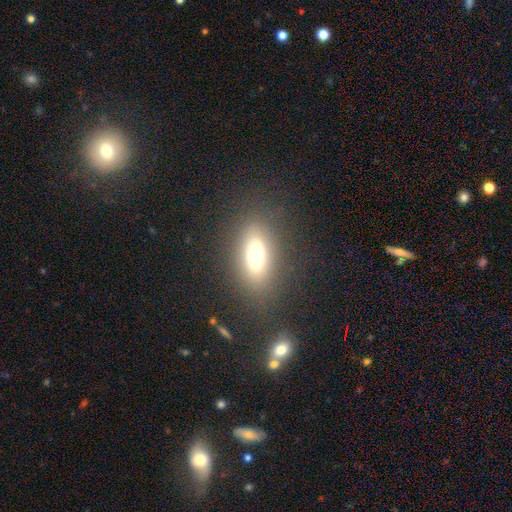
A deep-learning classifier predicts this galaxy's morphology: Q: Smooth or featured?
A: smooth (65%); runner-up: featured or disk (24%)
Q: How rounded?
A: in between (75%); runner-up: cigar-shaped (20%)
Q: Merging?
A: none (81%); runner-up: minor disturbance (11%)